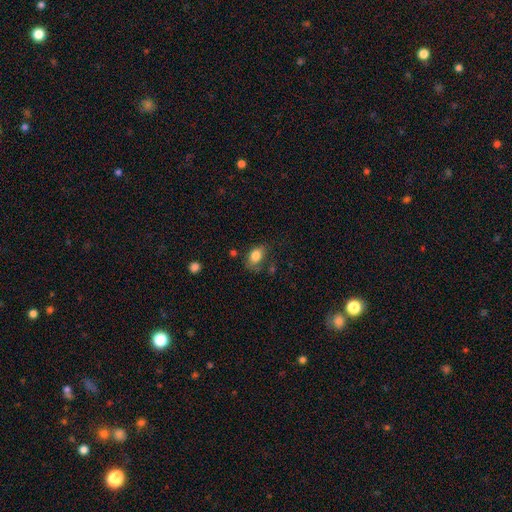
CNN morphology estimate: smooth 82%, featured or disk 9%, star or artifact 8%. Down the decision tree: how rounded — in between (81%); merging — none (55%).